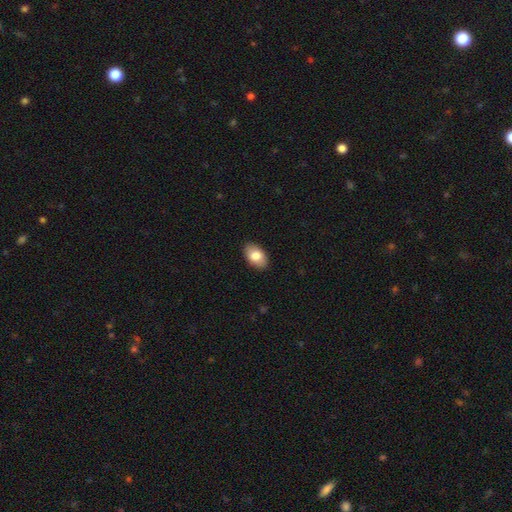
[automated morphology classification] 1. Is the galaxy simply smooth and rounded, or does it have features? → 82% smooth, 12% featured or disk, 7% star or artifact.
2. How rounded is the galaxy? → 92% in between, 7% round, 1% cigar-shaped.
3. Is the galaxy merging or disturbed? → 89% none, 8% minor disturbance, 2% major disturbance, 1% merger.